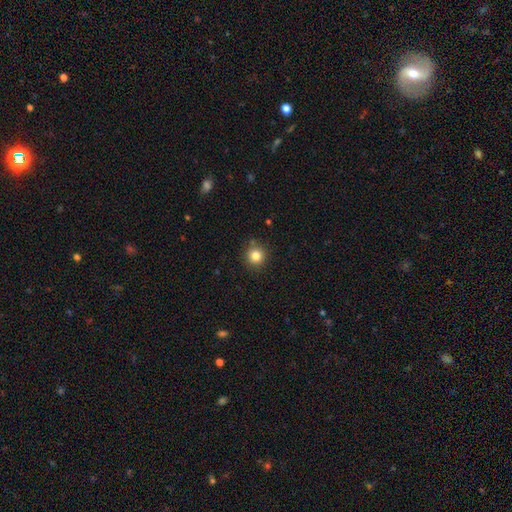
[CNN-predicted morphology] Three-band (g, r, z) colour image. It shows a smooth galaxy with no disk features (82%) that is round (94%). Merging: none (85%).